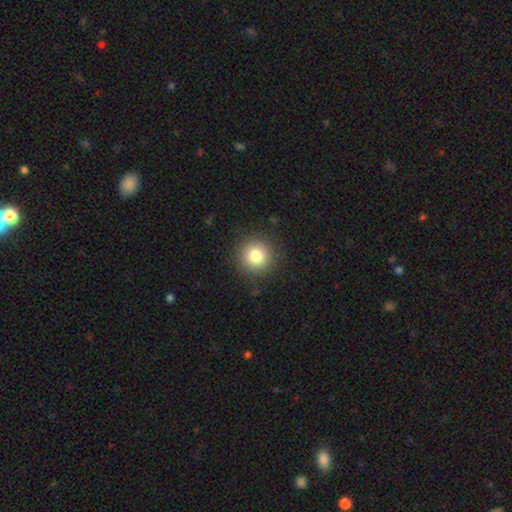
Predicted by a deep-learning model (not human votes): A smooth galaxy with no disk features (81%) that is round (95%).

Vote fractions:
- Smooth or featured? smooth: 81% / star or artifact: 11% / featured or disk: 7%
- How rounded? round: 95% / in between: 4% / cigar-shaped: 1%
- Merging? none: 90% / minor disturbance: 6% / major disturbance: 2% / merger: 1%